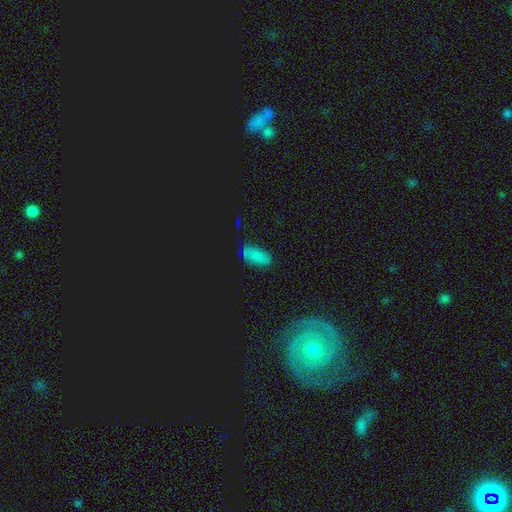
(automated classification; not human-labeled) Overall: smooth (69%). How rounded: in between (90%). Merging: none (74%).